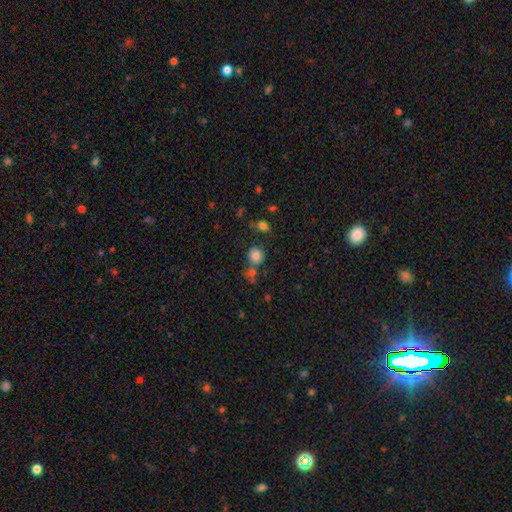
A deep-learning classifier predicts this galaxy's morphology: The model was most divided on "merging": none: 61%, merger: 20%, minor disturbance: 13%, major disturbance: 5%. More confident: how rounded — round (81%); smooth or featured — smooth (80%).